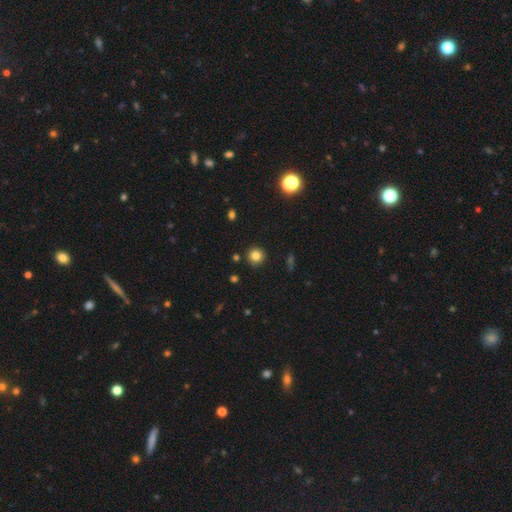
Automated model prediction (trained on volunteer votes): Morphology: type=smooth (81%); roundness=round (94%); merging=none (91%).